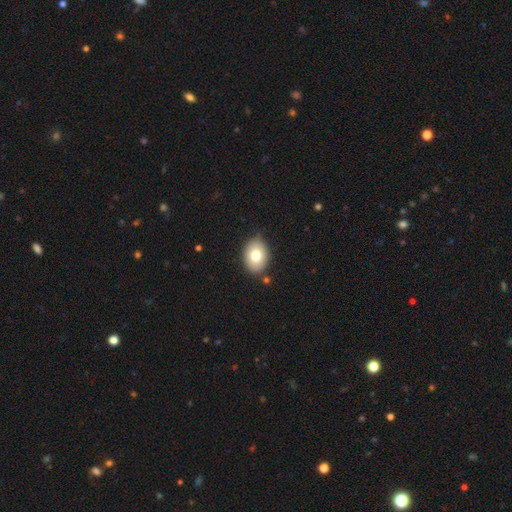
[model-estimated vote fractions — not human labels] Q: Smooth or featured?
A: smooth (77%); runner-up: featured or disk (14%)
Q: How rounded?
A: in between (72%); runner-up: round (27%)
Q: Merging?
A: none (82%); runner-up: minor disturbance (13%)